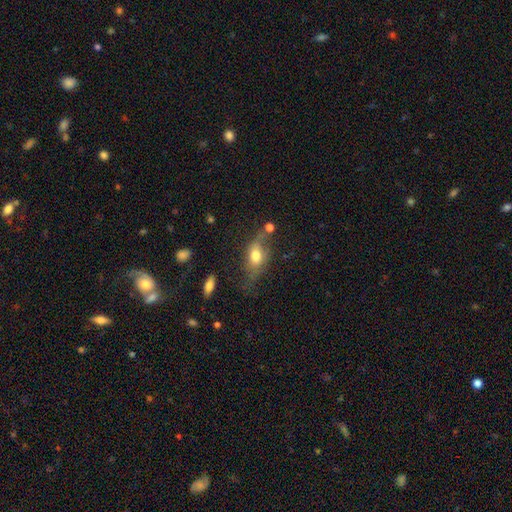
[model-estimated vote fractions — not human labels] A smooth galaxy with no disk features (63%) that is in between round and cigar-shaped (78%). Merging: none (46%).